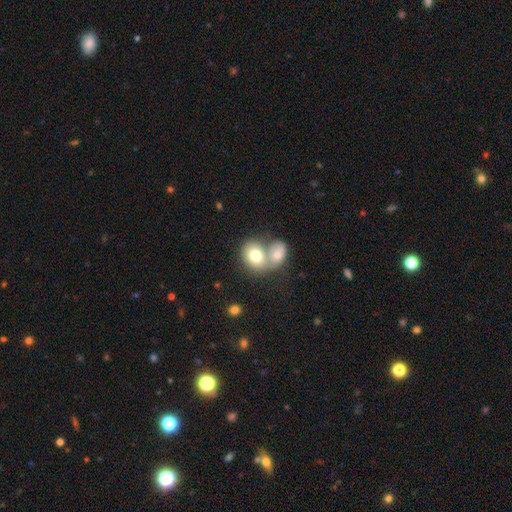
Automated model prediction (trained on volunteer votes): smooth_or_featured: smooth (p=0.73) [alt: featured or disk p=0.19]
how_rounded: round (p=0.55) [alt: in between p=0.44]
merging: merger (p=0.65) [alt: none p=0.24]